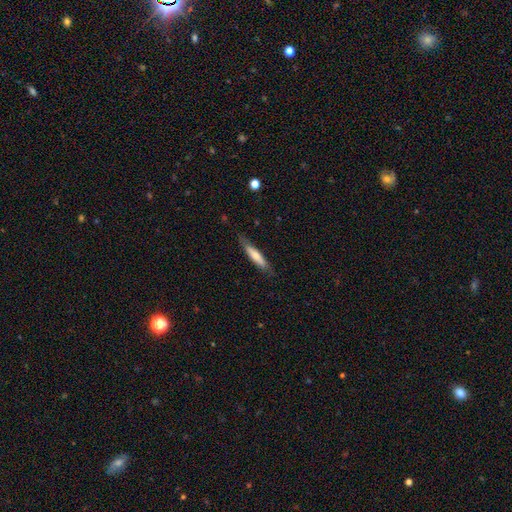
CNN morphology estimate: A smooth galaxy with no disk features (59%) that is cigar-shaped (84%).

Vote fractions:
- Smooth or featured? smooth: 59% / featured or disk: 35% / star or artifact: 6%
- How rounded? cigar-shaped: 84% / in between: 14% / round: 1%
- Merging? none: 79% / minor disturbance: 17% / major disturbance: 3% / merger: 1%